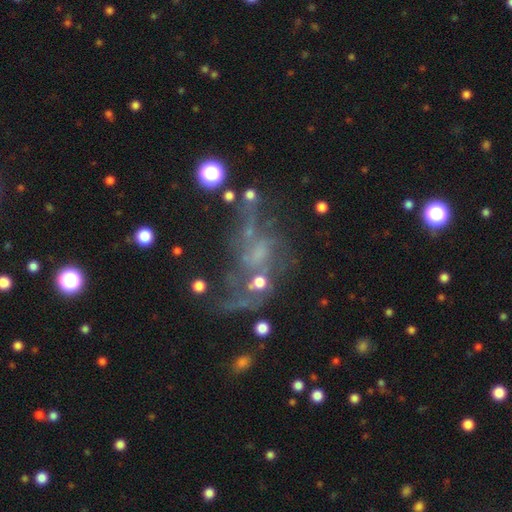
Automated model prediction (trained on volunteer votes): smooth_or_featured: featured or disk (p=0.58) [alt: star or artifact p=0.24]
disk_edge_on: no (p=0.95) [alt: yes p=0.05]
bar: no (p=0.71) [alt: weak p=0.22]
has_spiral_arms: no (p=0.56) [alt: yes p=0.44]
bulge_size: none (p=0.50) [alt: small p=0.28]
merging: major disturbance (p=0.38) [alt: none p=0.32]